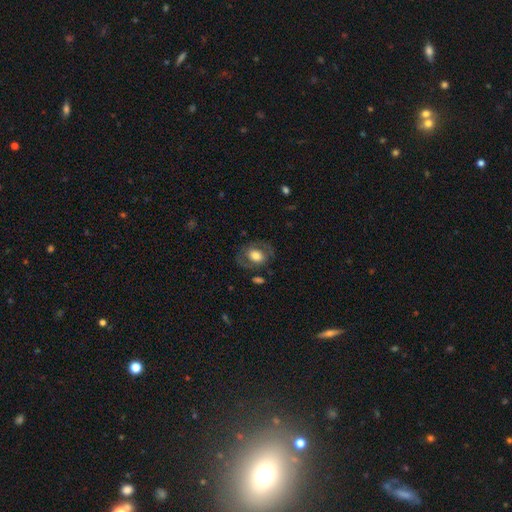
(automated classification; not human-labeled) Q: Smooth or featured?
A: smooth (55%); runner-up: featured or disk (38%)
Q: How rounded?
A: in between (60%); runner-up: round (39%)
Q: Merging?
A: none (71%); runner-up: minor disturbance (16%)